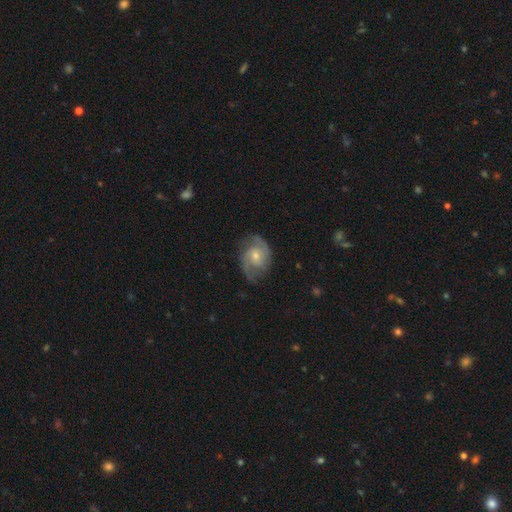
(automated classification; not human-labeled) featured or disk 80%, smooth 14%, star or artifact 7%. Down the decision tree: edge-on disk — no (97%); bar — no (61%); spiral arms — yes (95%); spiral arm count — 2 (81%); spiral winding — medium (48%); bulge size — moderate (48%); merging — none (75%).